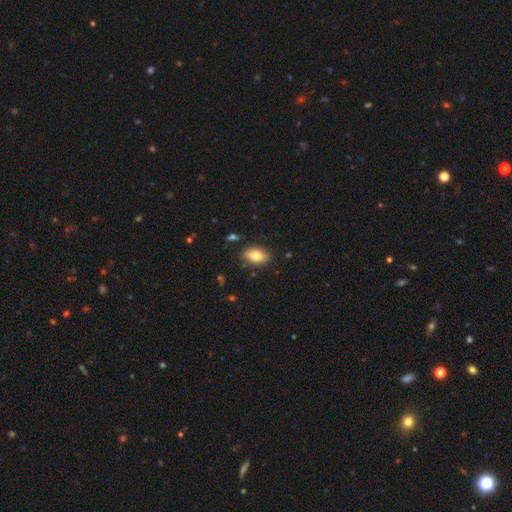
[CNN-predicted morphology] Overall: smooth (76%). How rounded: in between (88%). Merging: none (85%).